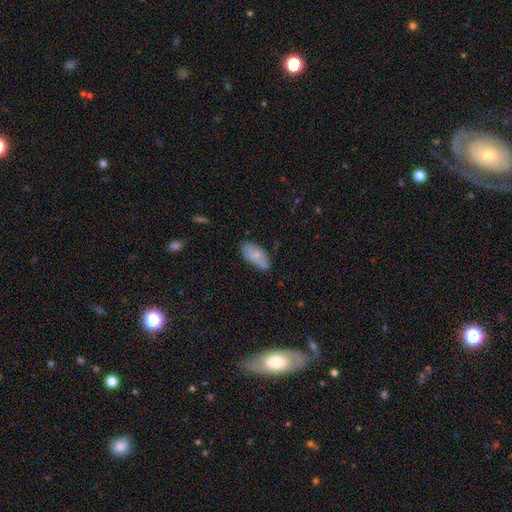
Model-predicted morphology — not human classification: The model was most divided on "merging": none: 61%, minor disturbance: 27%, merger: 6%, major disturbance: 6%. More confident: how rounded — in between (91%); smooth or featured — smooth (72%).